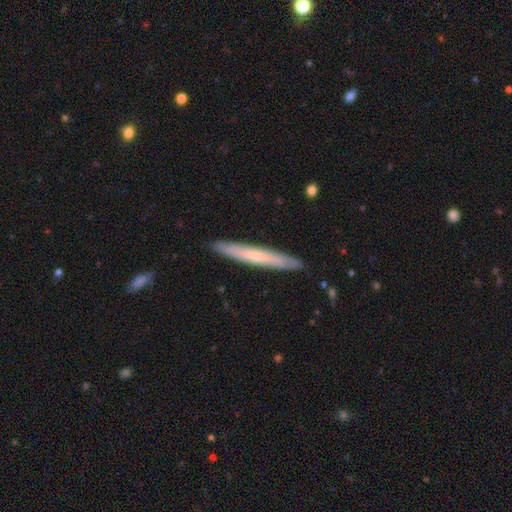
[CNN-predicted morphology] This is possibly a smooth galaxy (49%). Merging: clearly none (90%).